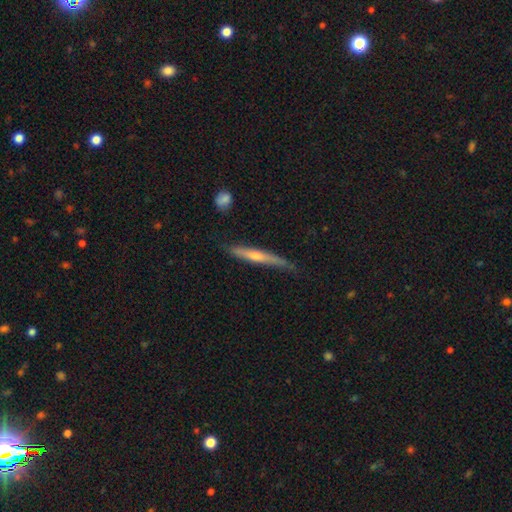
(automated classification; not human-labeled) A featured or disk galaxy (53%) viewed edge-on (94%). Merging: none (71%).